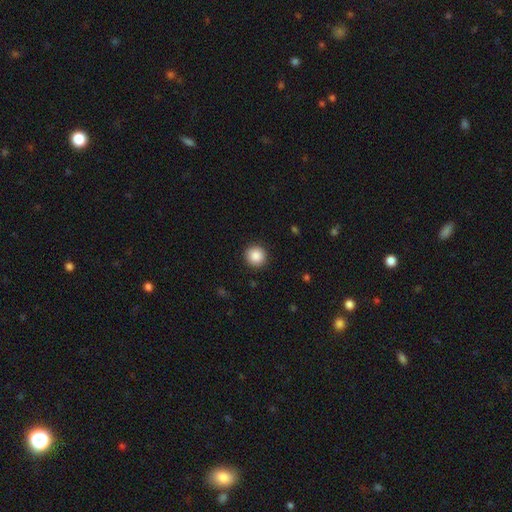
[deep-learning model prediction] smooth_or_featured: smooth (p=0.88) [alt: star or artifact p=0.09]
how_rounded: round (p=0.95) [alt: in between p=0.04]
merging: none (p=0.91) [alt: minor disturbance p=0.06]